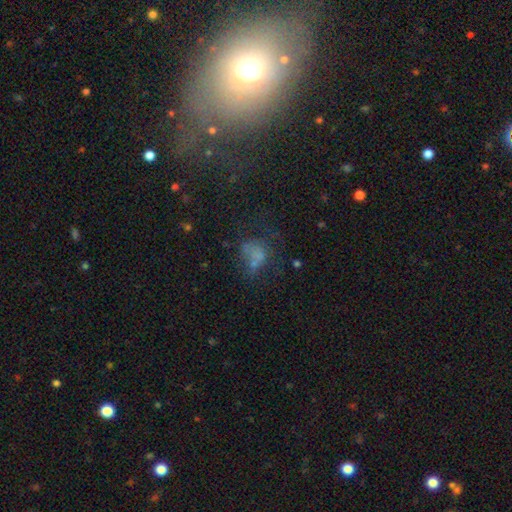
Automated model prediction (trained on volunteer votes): Smooth or featured: smooth — 52% (featured or disk — 26%)
How rounded: in between — 62% (round — 36%)
Merging: none — 34% (major disturbance — 28%)